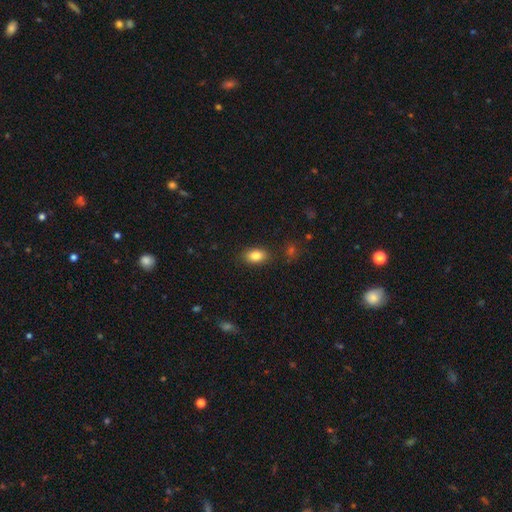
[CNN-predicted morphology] Smooth or featured?
  - smooth: 84% *
  - star or artifact: 8%
  - featured or disk: 8%
How rounded?
  - in between: 88% *
  - round: 10%
  - cigar-shaped: 2%
Merging?
  - none: 85% *
  - minor disturbance: 10%
  - major disturbance: 3%
  - merger: 2%